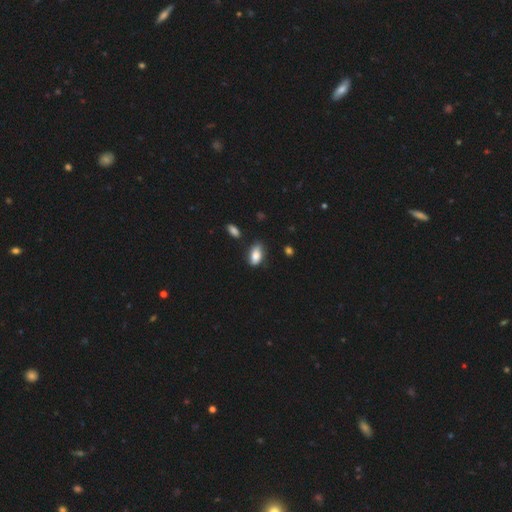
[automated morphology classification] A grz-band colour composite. It shows a smooth galaxy with no disk features (83%) that is in between round and cigar-shaped (90%). Merging: none (66%).